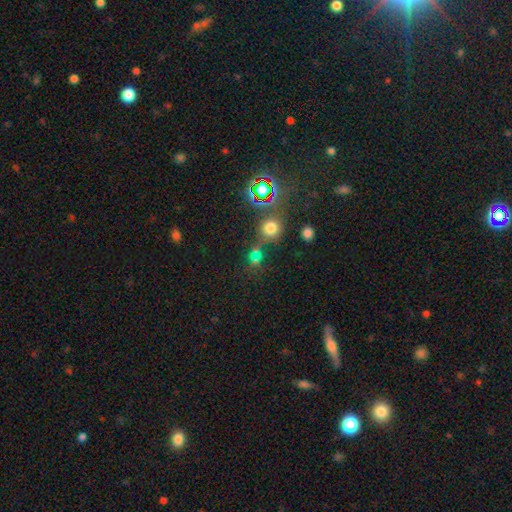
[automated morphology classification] Overall: smooth (47%; star or artifact 43%). Merging: none (61%).